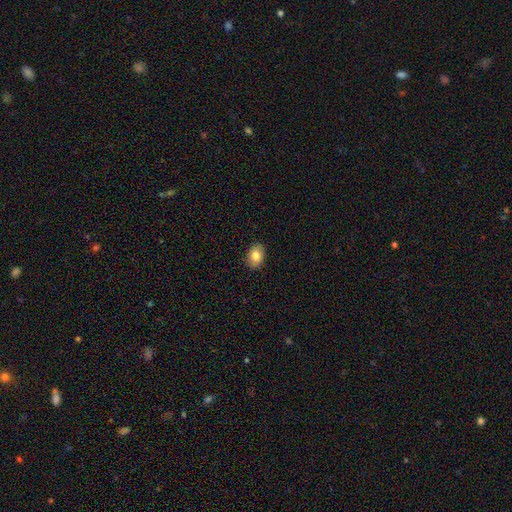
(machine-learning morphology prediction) This is clearly a smooth galaxy (82%). How rounded: likely in between (80%). Merging: clearly none (89%).